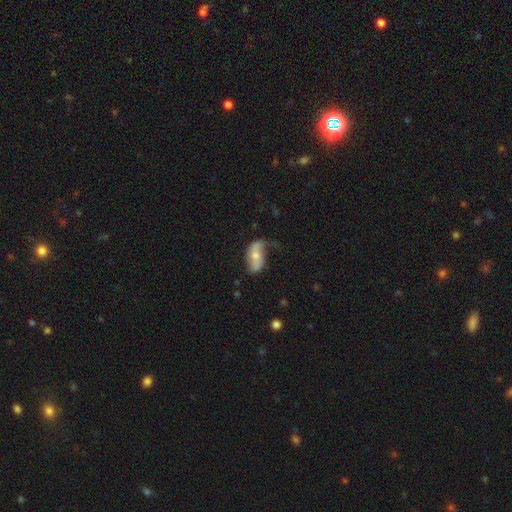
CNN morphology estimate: featured or disk 59%, smooth 34%, star or artifact 7%. Down the decision tree: edge-on disk — no (93%); bar — no (54%); spiral arms — yes (80%); bulge size — moderate (60%); merging — none (48%).